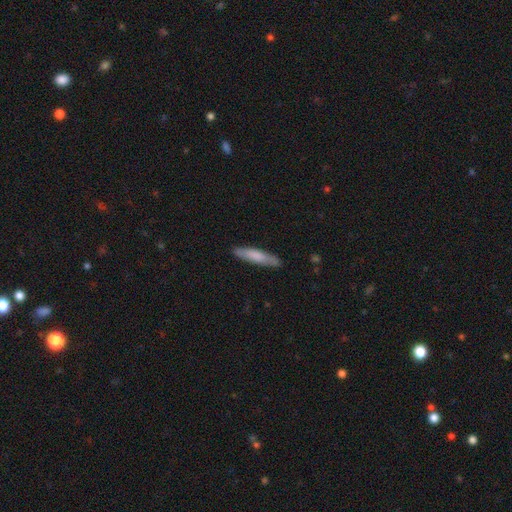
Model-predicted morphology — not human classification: smooth_or_featured: smooth (p=0.71) [alt: featured or disk p=0.24]
how_rounded: cigar-shaped (p=0.88) [alt: in between p=0.11]
merging: none (p=0.87) [alt: minor disturbance p=0.10]